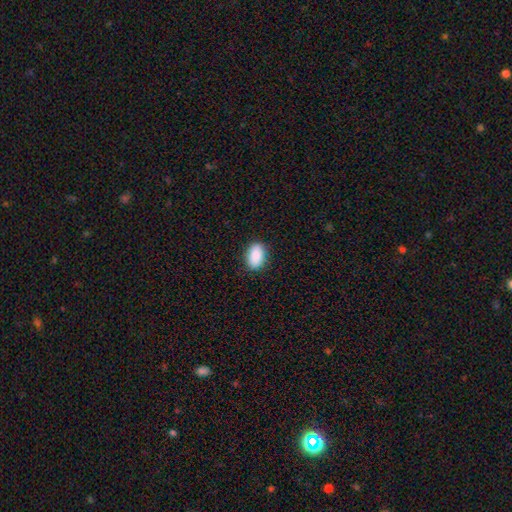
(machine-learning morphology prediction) smooth 89%, star or artifact 7%, featured or disk 4%. Down the decision tree: how rounded — in between (90%); merging — none (87%).